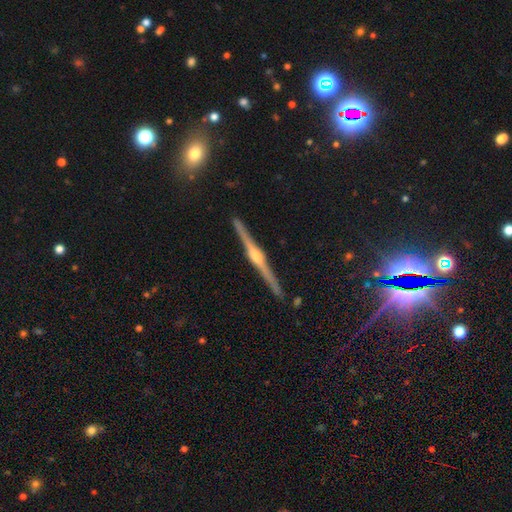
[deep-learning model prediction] Smooth or featured?
  - featured or disk: 85% *
  - star or artifact: 8%
  - smooth: 6%
Edge-on disk?
  - yes: 98% *
  - no: 2%
Edge-on bulge?
  - rounded: 88% *
  - boxy: 7%
  - none: 5%
Merging?
  - none: 90% *
  - minor disturbance: 7%
  - major disturbance: 1%
  - merger: 1%